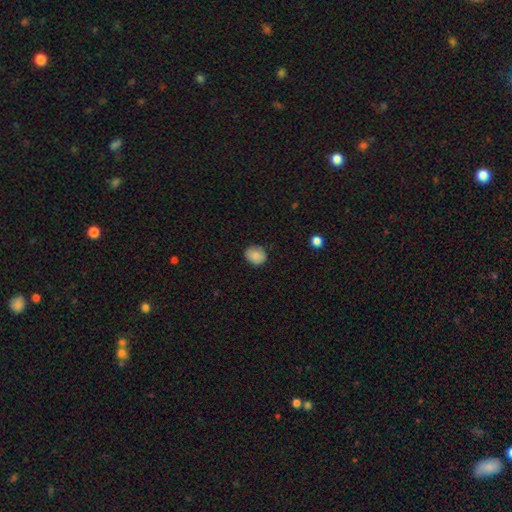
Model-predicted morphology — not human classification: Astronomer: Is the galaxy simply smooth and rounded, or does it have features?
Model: smooth — 85%.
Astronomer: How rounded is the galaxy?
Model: round — 70%.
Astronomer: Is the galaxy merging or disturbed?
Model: none — 81%.